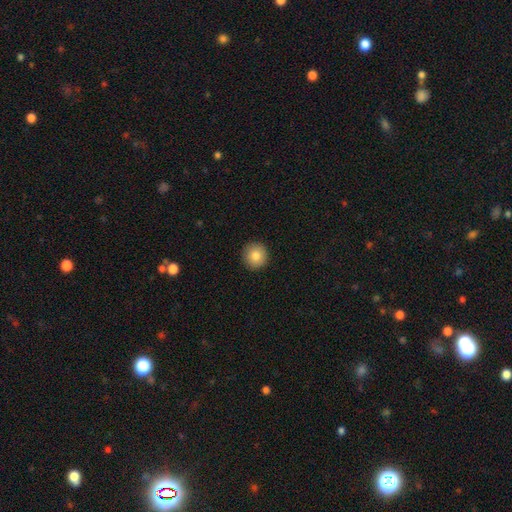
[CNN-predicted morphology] A smooth galaxy with no disk features (84%) that is round (95%). Merging: none (92%).